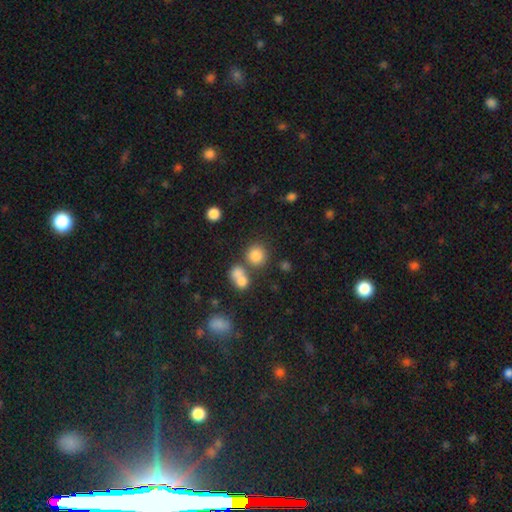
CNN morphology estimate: smooth 80%, star or artifact 13%, featured or disk 7%. Down the decision tree: how rounded — round (87%); merging — none (64%).